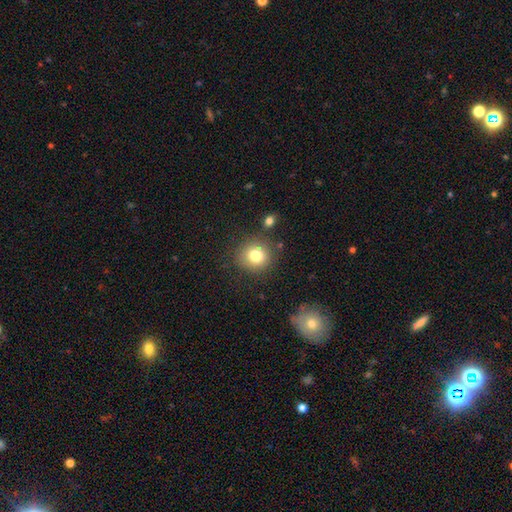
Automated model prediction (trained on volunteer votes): This is likely a smooth galaxy (78%). How rounded: clearly round (88%). Merging: clearly none (82%).